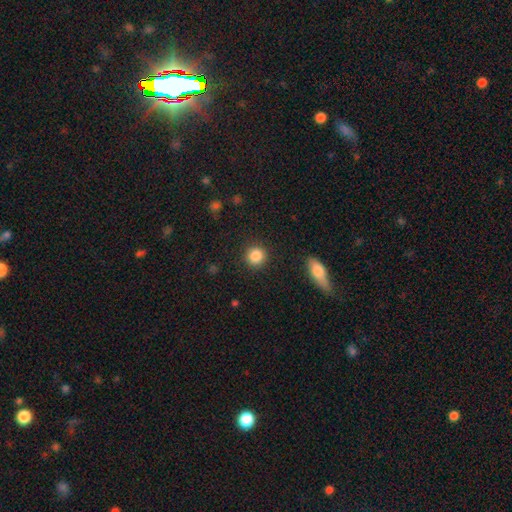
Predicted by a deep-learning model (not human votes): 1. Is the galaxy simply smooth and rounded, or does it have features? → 87% smooth, 9% star or artifact, 4% featured or disk.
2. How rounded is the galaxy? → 92% round, 7% in between, 1% cigar-shaped.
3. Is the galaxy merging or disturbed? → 90% none, 6% minor disturbance, 2% major disturbance, 1% merger.